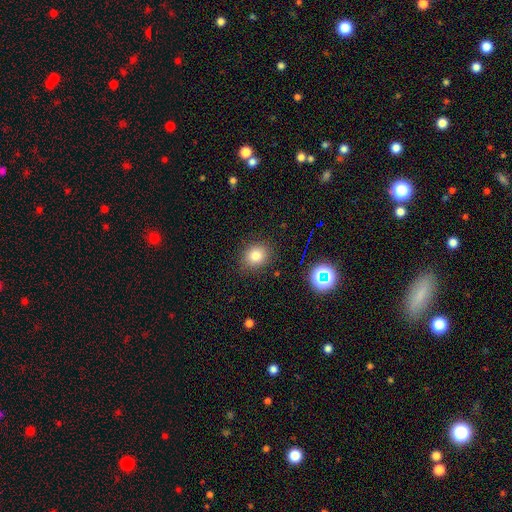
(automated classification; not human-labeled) Smooth or featured? smooth (79%)
How rounded? round (74%)
Merging? none (87%)